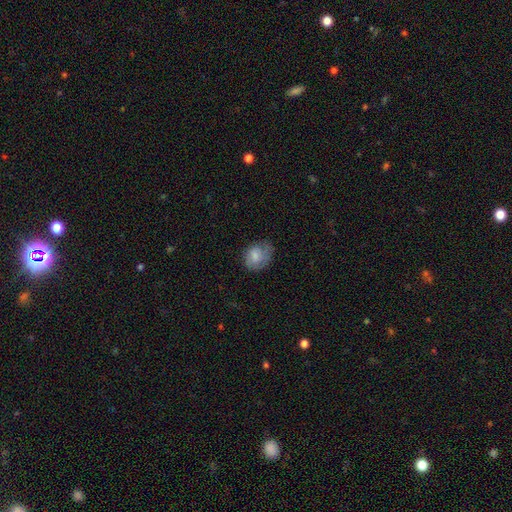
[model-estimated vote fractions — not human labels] smooth_or_featured: smooth (p=0.72) [alt: featured or disk p=0.20]
how_rounded: in between (p=0.59) [alt: round p=0.40]
merging: none (p=0.54) [alt: minor disturbance p=0.31]